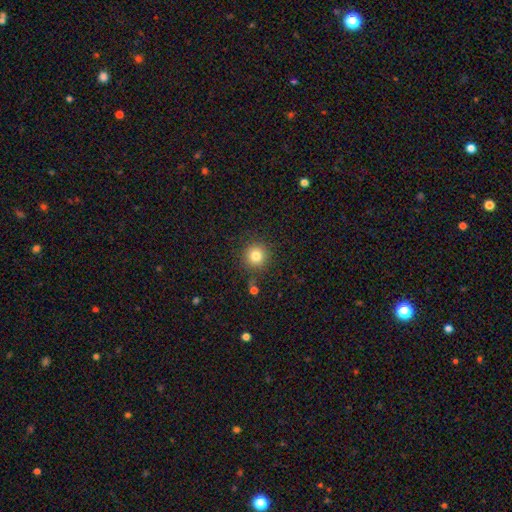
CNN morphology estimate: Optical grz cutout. It shows a smooth galaxy with no disk features (81%) that is round (94%). Merging: none (86%).